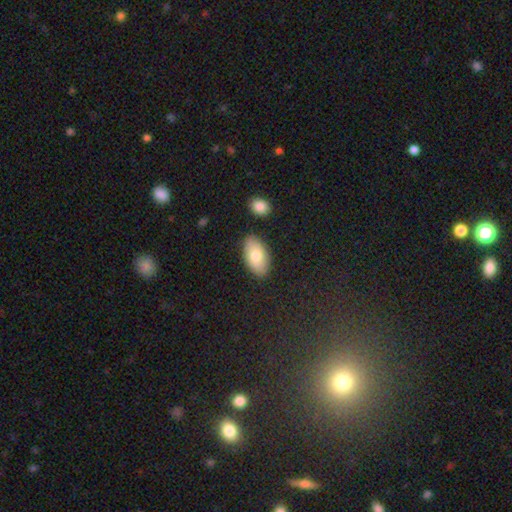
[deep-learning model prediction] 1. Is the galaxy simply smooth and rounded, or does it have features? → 78% smooth, 15% featured or disk, 6% star or artifact.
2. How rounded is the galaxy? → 94% in between, 4% round, 2% cigar-shaped.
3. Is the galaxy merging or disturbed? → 84% none, 11% minor disturbance, 3% merger, 2% major disturbance.